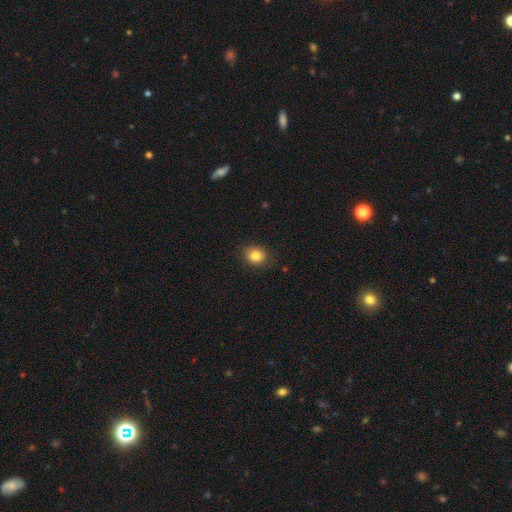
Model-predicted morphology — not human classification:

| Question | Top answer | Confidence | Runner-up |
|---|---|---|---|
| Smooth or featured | smooth | 83% | star or artifact (10%) |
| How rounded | round | 65% | in between (34%) |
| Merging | none | 86% | minor disturbance (11%) |